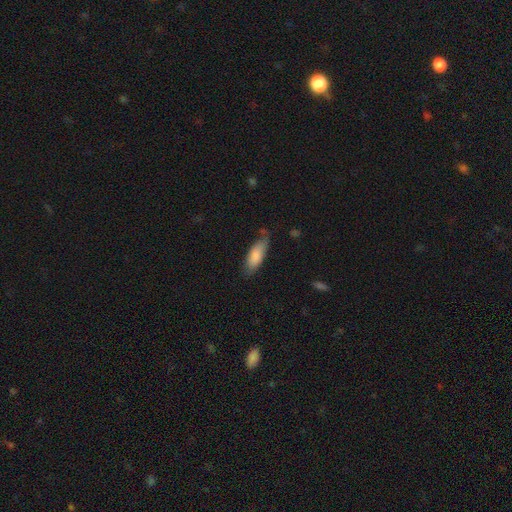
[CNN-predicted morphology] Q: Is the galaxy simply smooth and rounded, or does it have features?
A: smooth — 82%.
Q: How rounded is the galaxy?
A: in between — 69%.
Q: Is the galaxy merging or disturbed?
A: none — 61%.